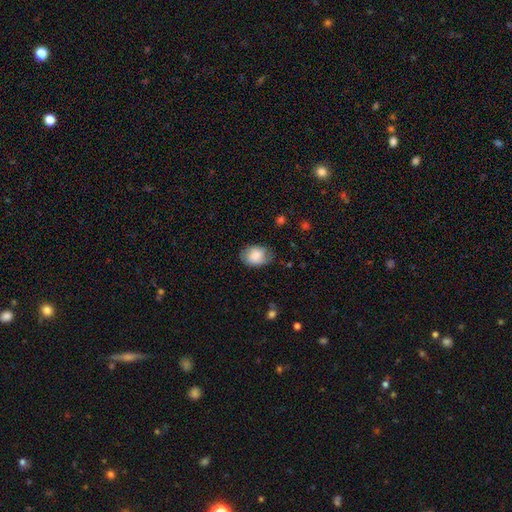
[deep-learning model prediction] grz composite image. It shows a smooth galaxy with no disk features (78%) that is in between round and cigar-shaped (73%). Merging: none (66%).